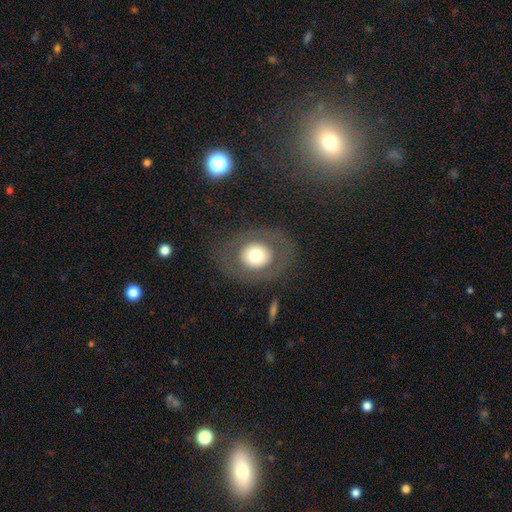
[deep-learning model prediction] A smooth galaxy with no disk features (59%) that is round (64%).

Vote fractions:
- Smooth or featured? smooth: 59% / featured or disk: 32% / star or artifact: 9%
- How rounded? round: 64% / in between: 35% / cigar-shaped: 1%
- Merging? none: 79% / major disturbance: 10% / minor disturbance: 10% / merger: 1%